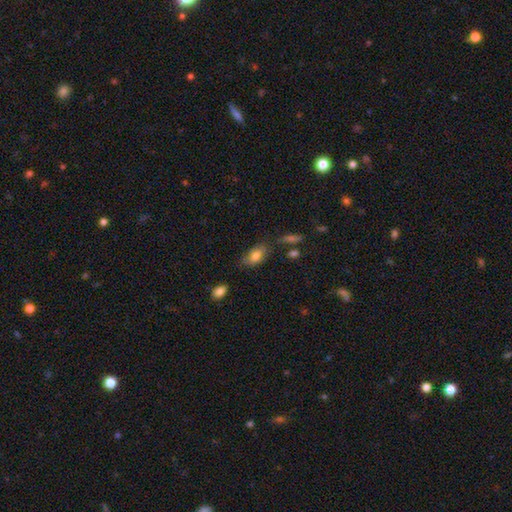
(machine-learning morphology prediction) Smooth or featured? Predicted: smooth (p=0.78). How rounded? Predicted: in between (p=0.90). Merging? Predicted: none (p=0.65).